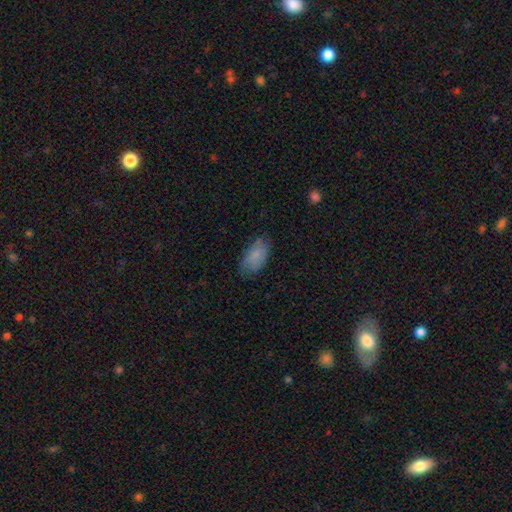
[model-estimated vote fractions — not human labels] This is clearly a smooth galaxy (81%). How rounded: clearly in between (93%). Merging: likely none (72%).